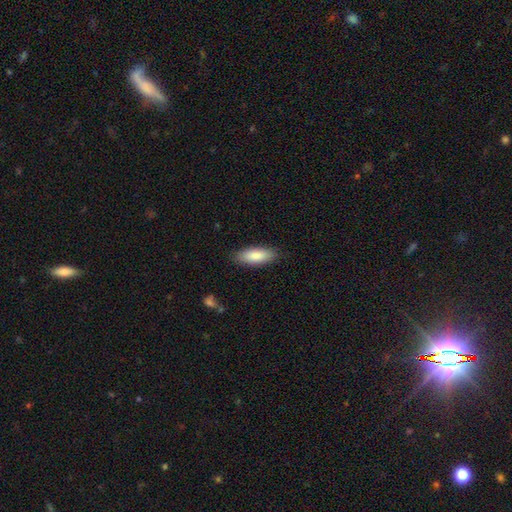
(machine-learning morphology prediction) Overall: smooth (86%). How rounded: in between (70%). Merging: none (86%).